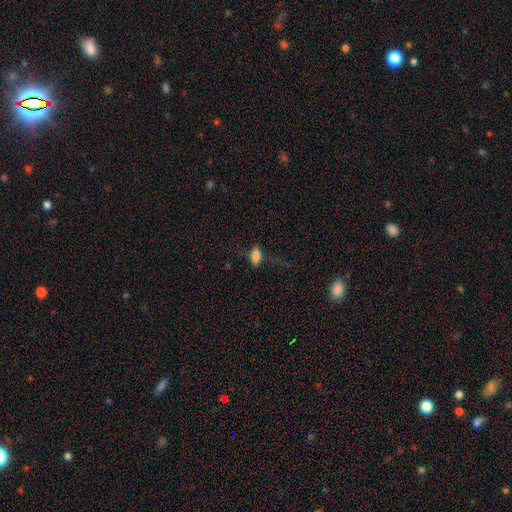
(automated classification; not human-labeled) Morphology: type=smooth (73%); roundness=in between (81%); merging=none (61%).